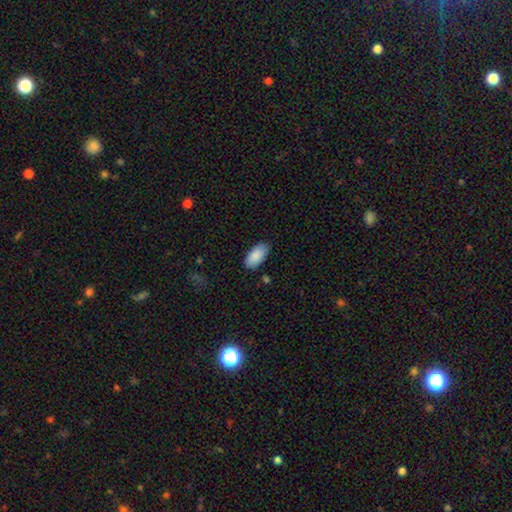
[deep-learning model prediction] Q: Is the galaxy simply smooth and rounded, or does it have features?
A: smooth — 89%.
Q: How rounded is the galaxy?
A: in between — 95%.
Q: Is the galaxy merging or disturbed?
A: none — 84%.